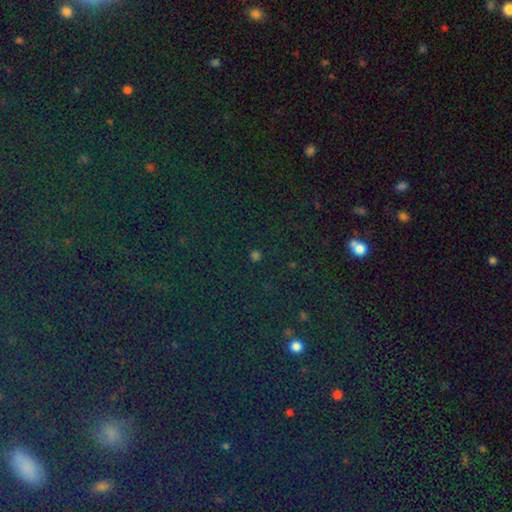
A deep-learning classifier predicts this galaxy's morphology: Smooth or featured: star or artifact — 54% (smooth — 39%)